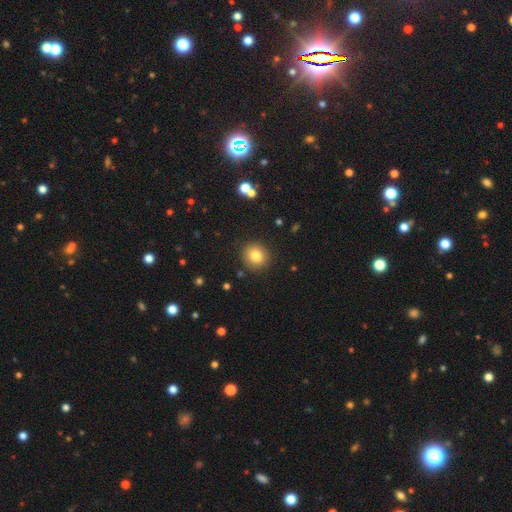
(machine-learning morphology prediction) A smooth galaxy with no disk features (81%) that is round (85%). Merging: none (89%).